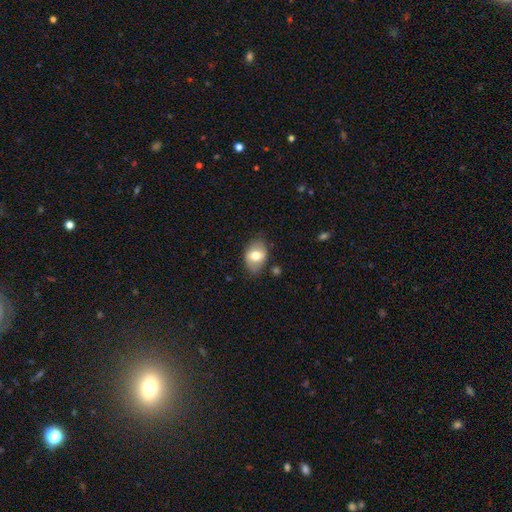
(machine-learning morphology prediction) A smooth galaxy with no disk features (69%) that is in between round and cigar-shaped (77%). Merging: none (75%).